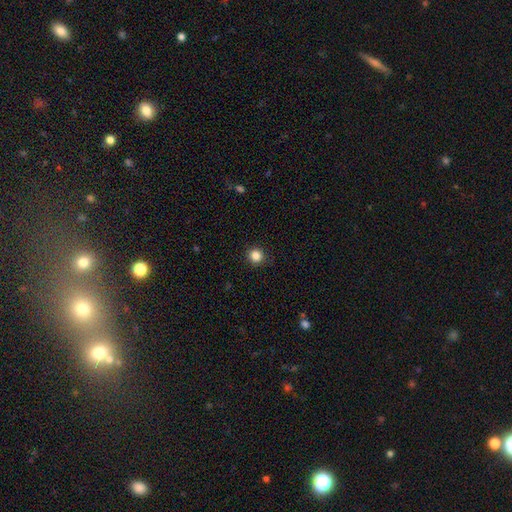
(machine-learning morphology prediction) Smooth or featured? smooth (85%)
How rounded? round (94%)
Merging? none (91%)